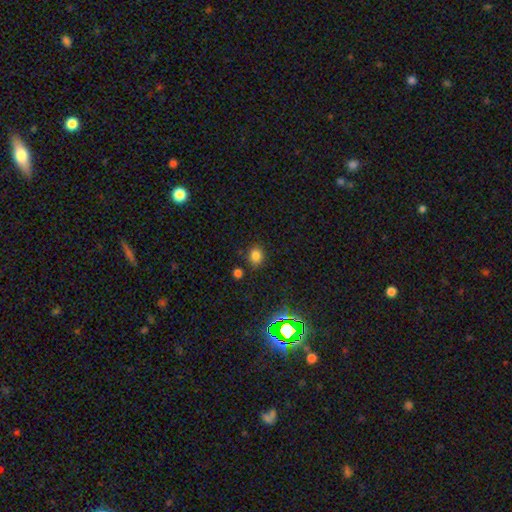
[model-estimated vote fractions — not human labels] This is likely a smooth galaxy (77%). How rounded: possibly round (59%). Merging: likely none (79%).